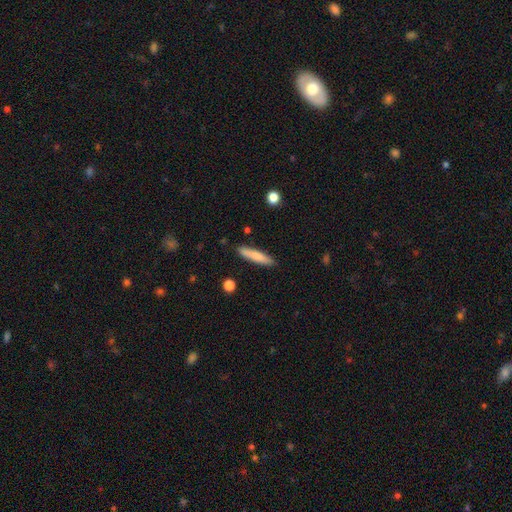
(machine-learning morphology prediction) type=smooth (77%); roundness=cigar-shaped (87%); merging=none (87%).